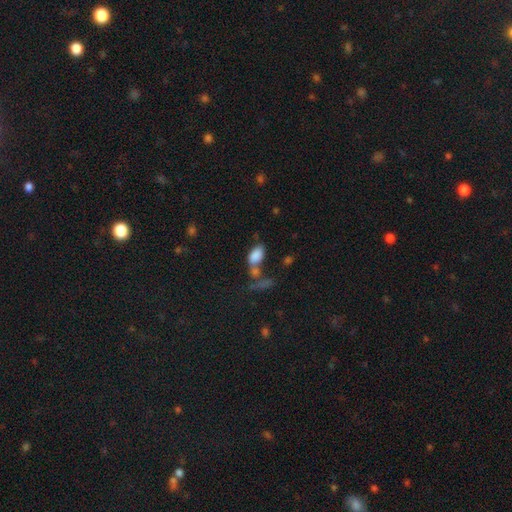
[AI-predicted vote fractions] Smooth or featured? Predicted: smooth (p=0.83). How rounded? Predicted: in between (p=0.93). Merging? Predicted: none (p=0.39).